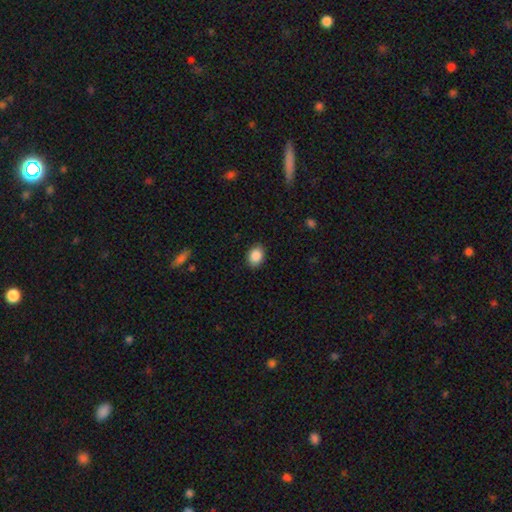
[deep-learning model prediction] Q: Smooth or featured?
A: smooth (88%); runner-up: star or artifact (8%)
Q: How rounded?
A: in between (67%); runner-up: round (32%)
Q: Merging?
A: none (88%); runner-up: minor disturbance (9%)